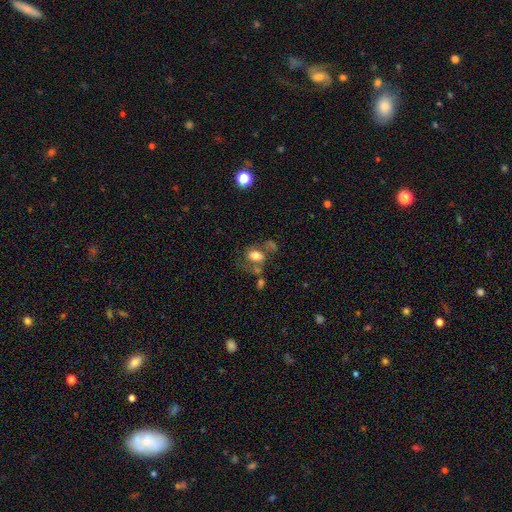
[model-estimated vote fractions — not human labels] smooth-or-featured: smooth: 64% | featured or disk: 25% | star or artifact: 10%
  how-rounded: in between: 76% | round: 22% | cigar-shaped: 2%
  merging: none: 41% | merger: 21% | minor disturbance: 19% | major disturbance: 18%